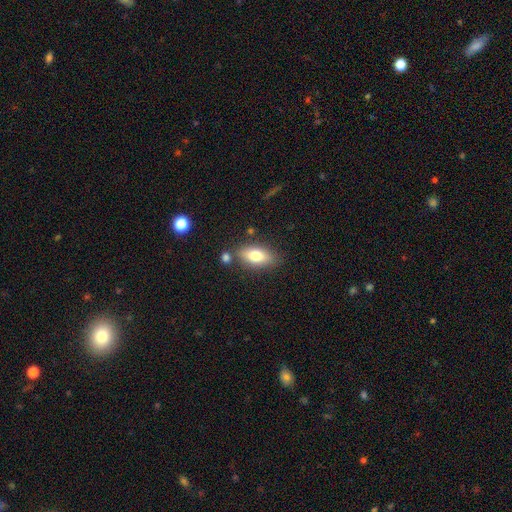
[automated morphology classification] Smooth or featured? Predicted: smooth (p=0.75). How rounded? Predicted: in between (p=0.86). Merging? Predicted: none (p=0.76).